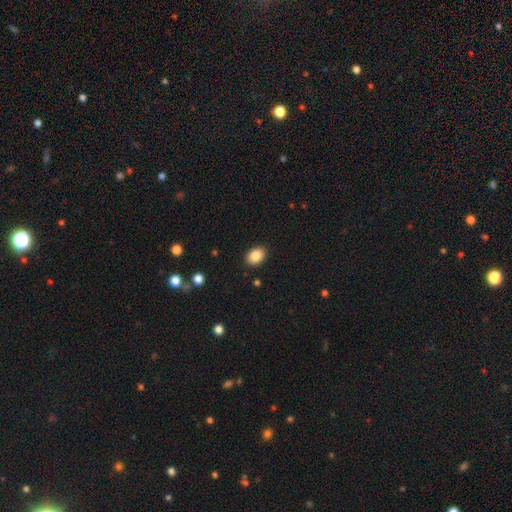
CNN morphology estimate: Smooth or featured?
  - smooth: 87% *
  - star or artifact: 9%
  - featured or disk: 5%
How rounded?
  - in between: 73% *
  - round: 26%
  - cigar-shaped: 1%
Merging?
  - none: 89% *
  - minor disturbance: 8%
  - major disturbance: 2%
  - merger: 1%